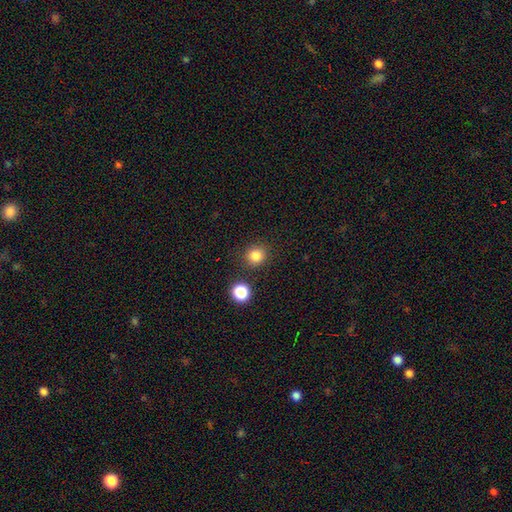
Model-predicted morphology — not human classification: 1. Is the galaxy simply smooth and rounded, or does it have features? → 83% smooth, 13% star or artifact, 5% featured or disk.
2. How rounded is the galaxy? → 89% round, 11% in between, 1% cigar-shaped.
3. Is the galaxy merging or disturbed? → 88% none, 7% minor disturbance, 3% merger, 2% major disturbance.